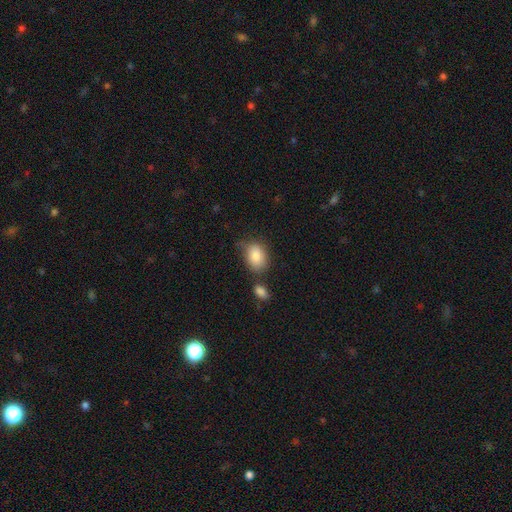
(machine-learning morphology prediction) type=smooth (86%); roundness=in between (78%); merging=none (58%).